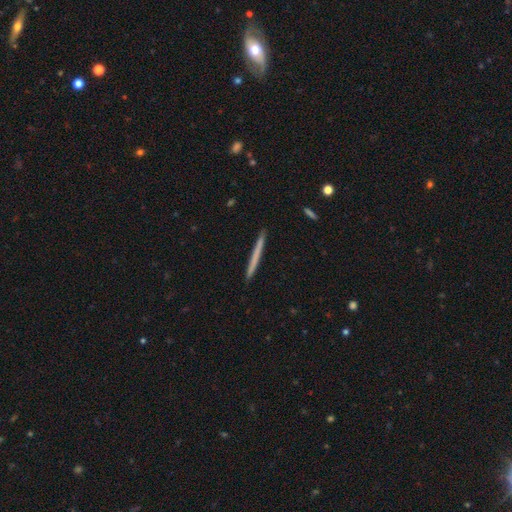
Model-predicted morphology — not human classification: Smooth or featured? smooth (59%)
How rounded? cigar-shaped (97%)
Merging? none (92%)